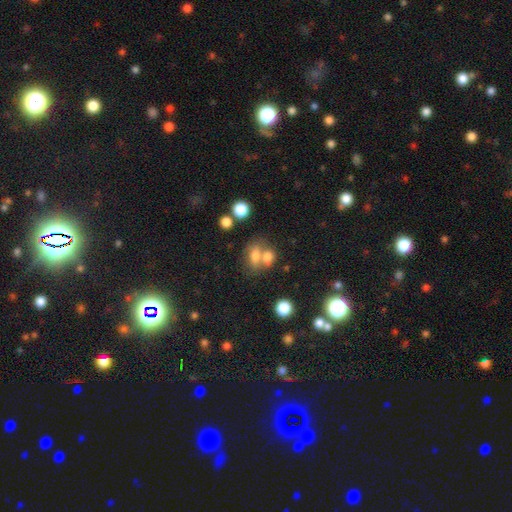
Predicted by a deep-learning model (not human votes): Q: Smooth or featured?
A: smooth (72%); runner-up: featured or disk (15%)
Q: How rounded?
A: in between (73%); runner-up: round (24%)
Q: Merging?
A: merger (51%); runner-up: none (34%)